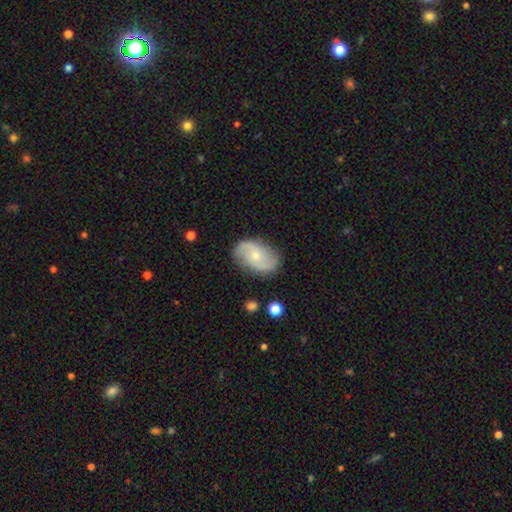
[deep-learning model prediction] Morphology: type=featured or disk (71%); edge-on=no (97%); bar=no (63%); spiral arms=yes (92%); winding=medium (42%); arm count=2 (89%); bulge=small (62%); merging=none (81%).